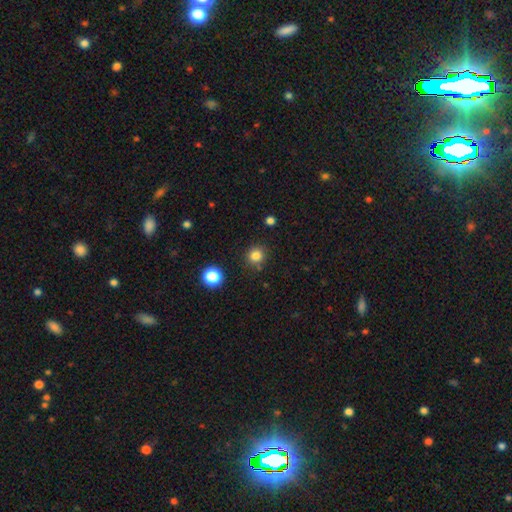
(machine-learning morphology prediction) smooth_or_featured: smooth (p=0.82) [alt: star or artifact p=0.14]
how_rounded: round (p=0.91) [alt: in between p=0.08]
merging: none (p=0.84) [alt: minor disturbance p=0.09]